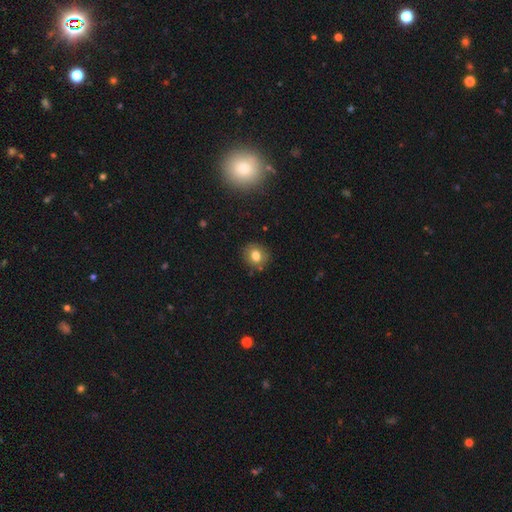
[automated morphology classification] smooth_or_featured: smooth (p=0.77) [alt: star or artifact p=0.12]
how_rounded: round (p=0.79) [alt: in between p=0.20]
merging: none (p=0.84) [alt: minor disturbance p=0.11]